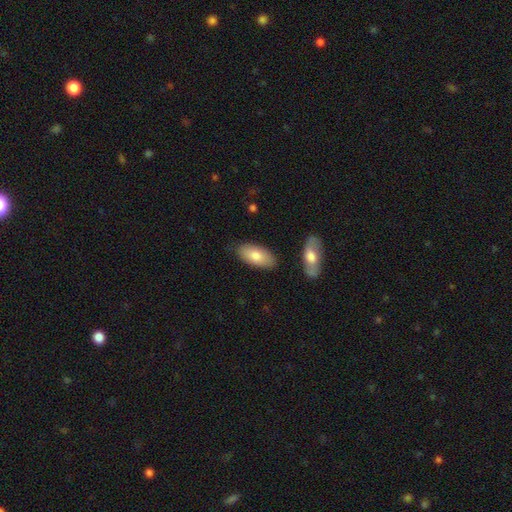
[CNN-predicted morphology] smooth-or-featured: smooth: 78% | featured or disk: 17% | star or artifact: 6%
  how-rounded: in between: 91% | cigar-shaped: 7% | round: 2%
  merging: none: 82% | minor disturbance: 11% | merger: 4% | major disturbance: 2%